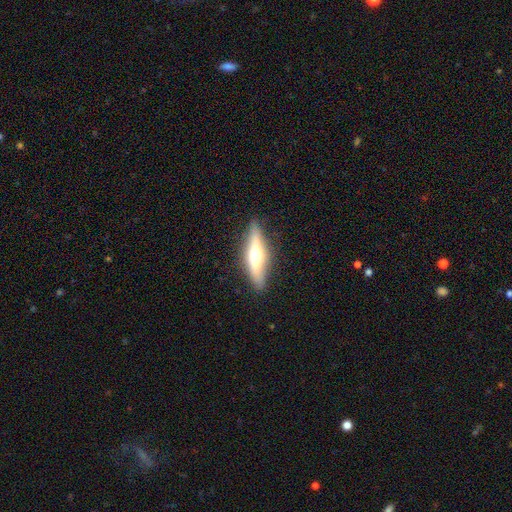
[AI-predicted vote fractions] smooth_or_featured: featured or disk (p=0.57) [alt: smooth p=0.37]
disk_edge_on: yes (p=0.89) [alt: no p=0.11]
edge_on_bulge: rounded (p=0.86) [alt: boxy p=0.08]
merging: none (p=0.85) [alt: minor disturbance p=0.11]